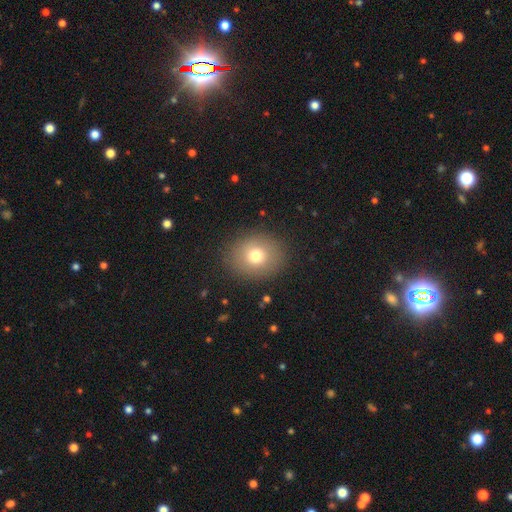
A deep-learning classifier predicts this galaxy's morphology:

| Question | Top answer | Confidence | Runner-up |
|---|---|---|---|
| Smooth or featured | smooth | 74% | featured or disk (13%) |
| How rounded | round | 73% | in between (26%) |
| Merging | none | 88% | minor disturbance (8%) |